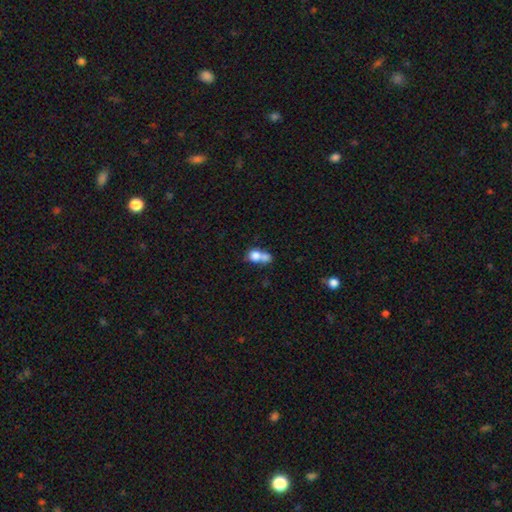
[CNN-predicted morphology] Overall: smooth (74%). How rounded: round (61%; in between 37%). Merging: merger (66%).